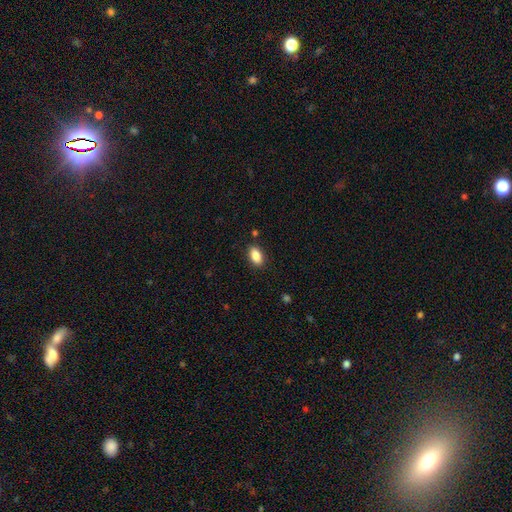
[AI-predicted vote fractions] A smooth galaxy with no disk features (88%) that is in between round and cigar-shaped (90%).

Vote fractions:
- Smooth or featured? smooth: 88% / star or artifact: 8% / featured or disk: 5%
- How rounded? in between: 90% / round: 6% / cigar-shaped: 4%
- Merging? none: 87% / minor disturbance: 9% / major disturbance: 2% / merger: 1%